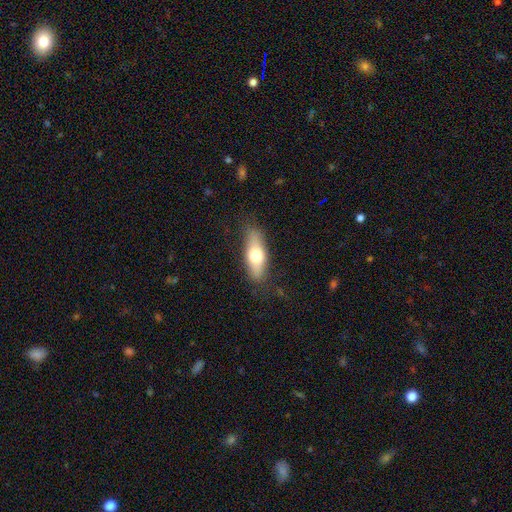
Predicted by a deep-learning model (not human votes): A smooth galaxy with no disk features (65%) that is in between round and cigar-shaped (64%).

Vote fractions:
- Smooth or featured? smooth: 65% / featured or disk: 29% / star or artifact: 6%
- How rounded? in between: 64% / cigar-shaped: 33% / round: 3%
- Merging? none: 79% / minor disturbance: 16% / major disturbance: 4% / merger: 1%